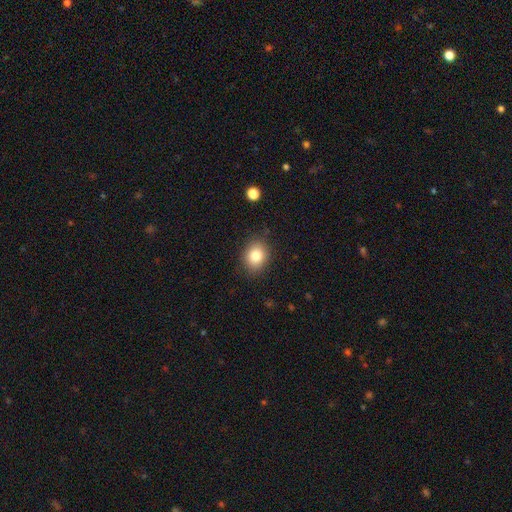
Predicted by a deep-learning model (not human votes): The model was most divided on "how rounded": round: 55%, in between: 44%, cigar-shaped: 1%. More confident: merging — none (86%); smooth or featured — smooth (81%).